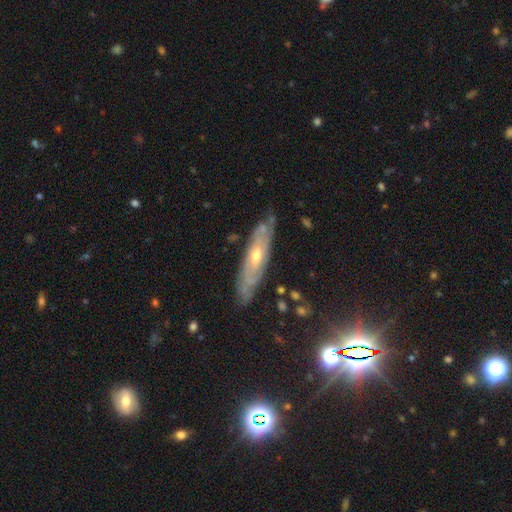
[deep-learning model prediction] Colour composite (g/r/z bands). It shows a featured or disk galaxy (72%). Merging: none (82%).